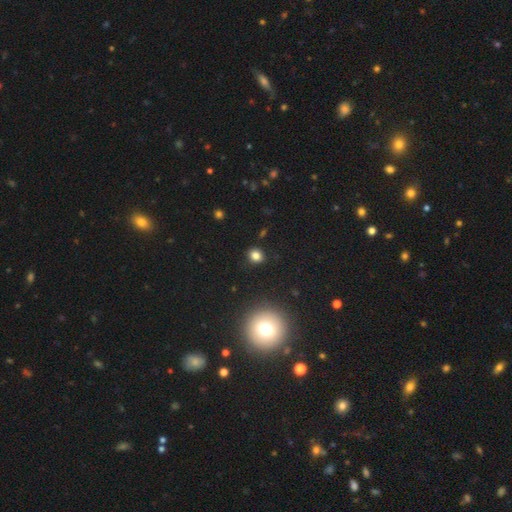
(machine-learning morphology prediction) Smooth or featured? smooth (80%)
How rounded? round (72%)
Merging? none (88%)